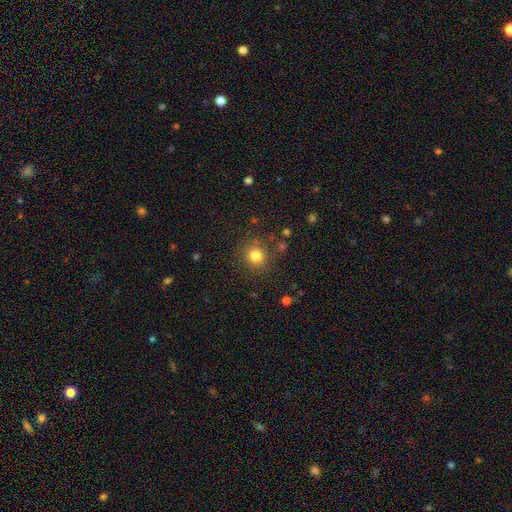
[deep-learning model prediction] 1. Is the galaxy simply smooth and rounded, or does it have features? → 81% smooth, 13% star or artifact, 6% featured or disk.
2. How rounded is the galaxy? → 88% round, 11% in between, 1% cigar-shaped.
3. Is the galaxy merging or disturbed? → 84% none, 10% minor disturbance, 4% major disturbance, 3% merger.